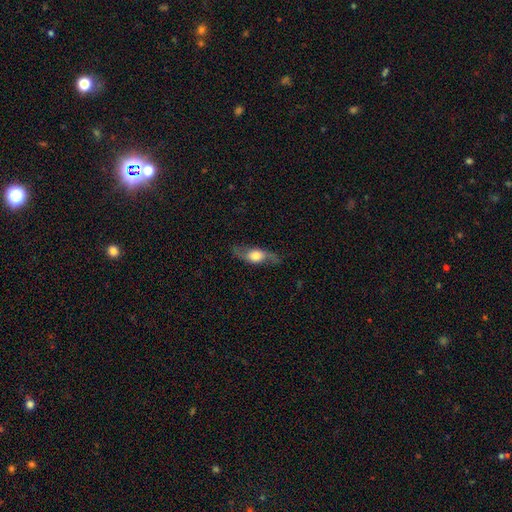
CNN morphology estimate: A featured or disk galaxy (62%). Merging: none (76%).